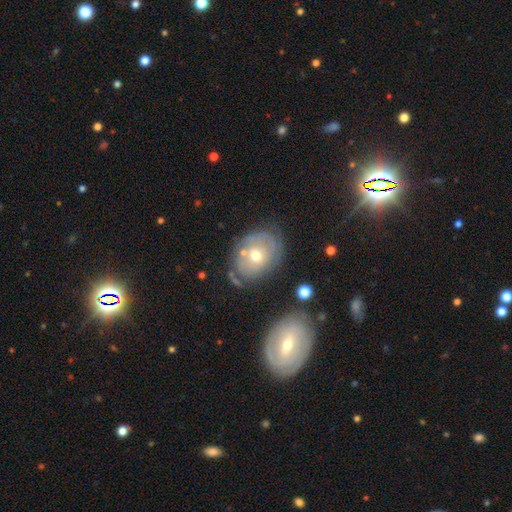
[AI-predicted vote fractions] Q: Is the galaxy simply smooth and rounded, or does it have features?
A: featured or disk — 47%.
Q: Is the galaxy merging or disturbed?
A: none — 62%.